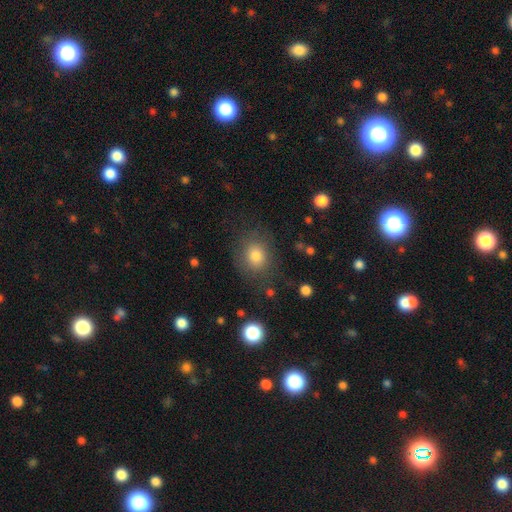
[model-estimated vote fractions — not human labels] This appears to be a smooth galaxy with no disk features (78%) that is round (68%). Merging: none (77%).